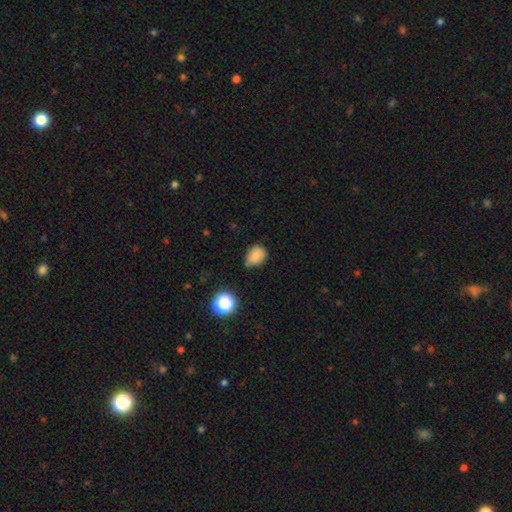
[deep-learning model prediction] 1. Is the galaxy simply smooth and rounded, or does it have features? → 81% smooth, 12% star or artifact, 7% featured or disk.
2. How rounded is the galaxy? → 61% in between, 38% round, 1% cigar-shaped.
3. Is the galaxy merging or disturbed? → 52% none, 37% minor disturbance, 7% major disturbance, 4% merger.